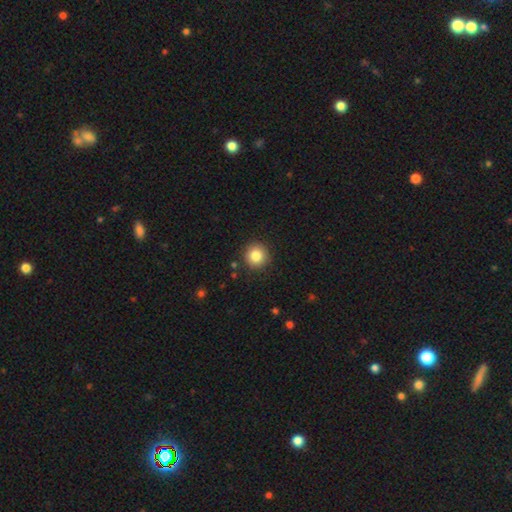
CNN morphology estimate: Smooth or featured?
  - smooth: 84% *
  - star or artifact: 10%
  - featured or disk: 6%
How rounded?
  - round: 94% *
  - in between: 5%
  - cigar-shaped: 1%
Merging?
  - none: 91% *
  - minor disturbance: 6%
  - major disturbance: 2%
  - merger: 1%